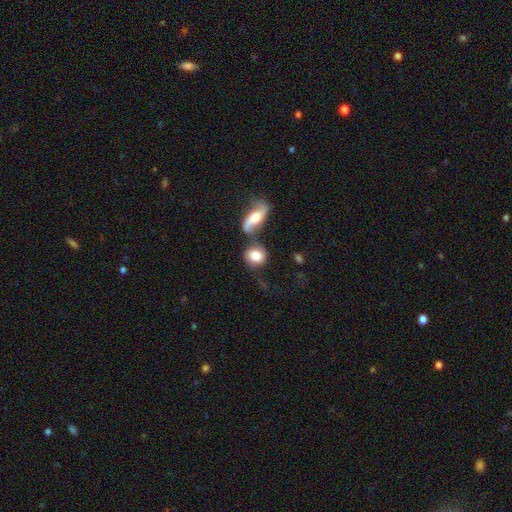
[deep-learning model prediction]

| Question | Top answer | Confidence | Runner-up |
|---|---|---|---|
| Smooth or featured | smooth | 73% | featured or disk (20%) |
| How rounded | round | 59% | in between (37%) |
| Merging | none | 39% | tied: merger (39%) |